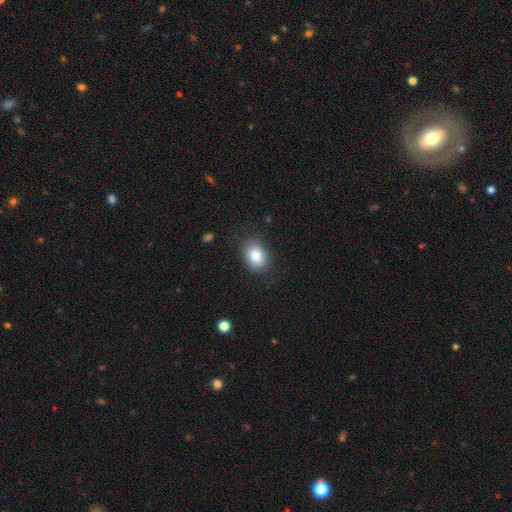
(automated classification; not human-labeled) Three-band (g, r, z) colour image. It shows a smooth galaxy with no disk features (83%) that is in between round and cigar-shaped (65%). Merging: none (84%).